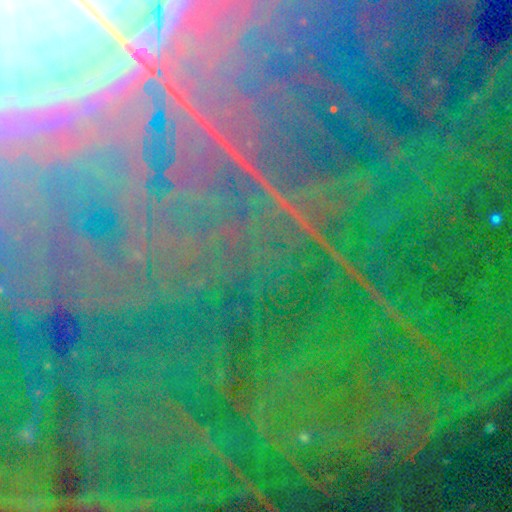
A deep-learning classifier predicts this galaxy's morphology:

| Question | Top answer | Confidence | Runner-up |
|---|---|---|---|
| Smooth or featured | star or artifact | 86% | featured or disk (8%) |